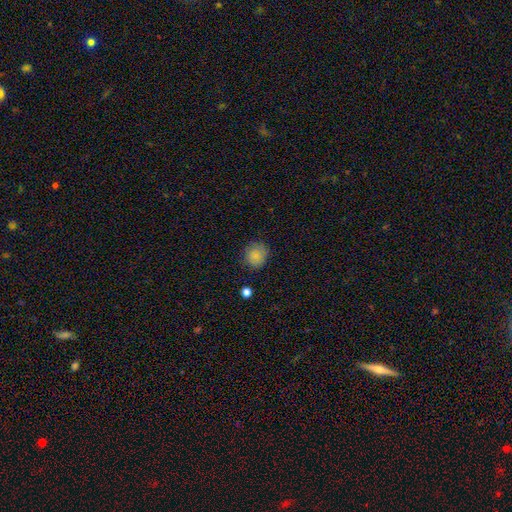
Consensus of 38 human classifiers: This is clearly a smooth galaxy (84%). How rounded: clearly round (91%). Merging: likely none (74%).